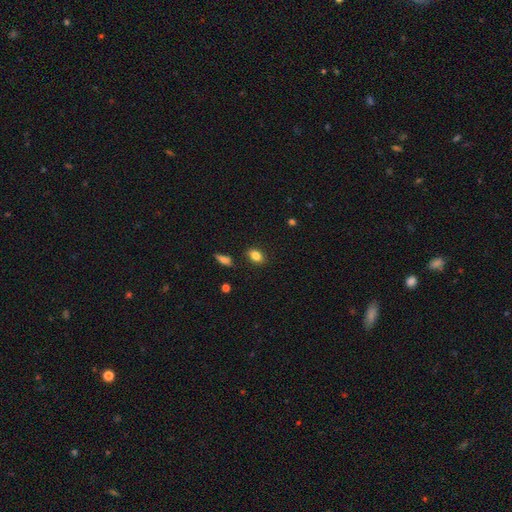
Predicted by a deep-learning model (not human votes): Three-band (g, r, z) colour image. It shows a smooth galaxy with no disk features (83%) that is in between round and cigar-shaped (78%). Merging: none (85%).